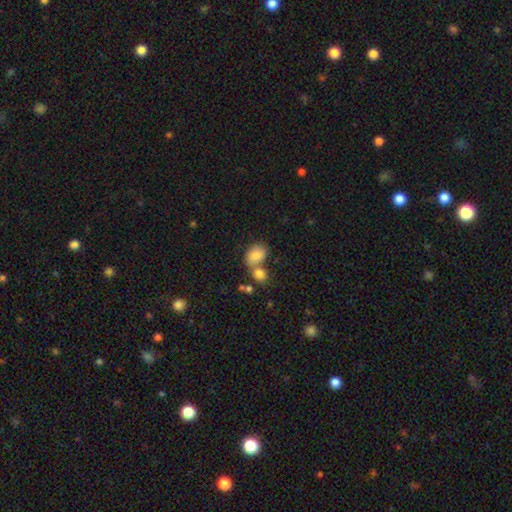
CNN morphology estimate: Overall: smooth (82%). How rounded: in between (69%; round 30%). Merging: merger (45%; none 38%).